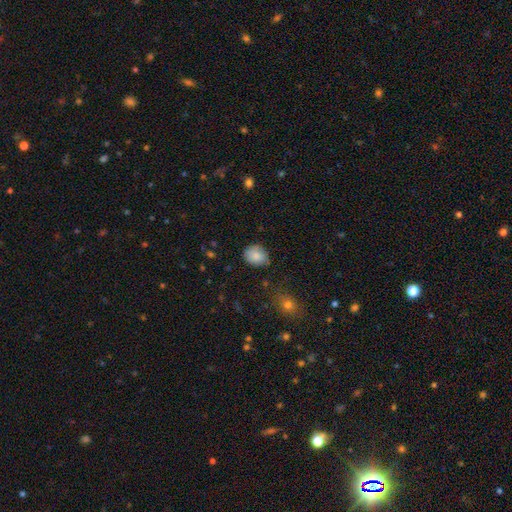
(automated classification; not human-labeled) smooth-or-featured: smooth: 84% | featured or disk: 8% | star or artifact: 7%
  how-rounded: round: 54% | in between: 45% | cigar-shaped: 1%
  merging: none: 71% | minor disturbance: 23% | major disturbance: 4% | merger: 2%